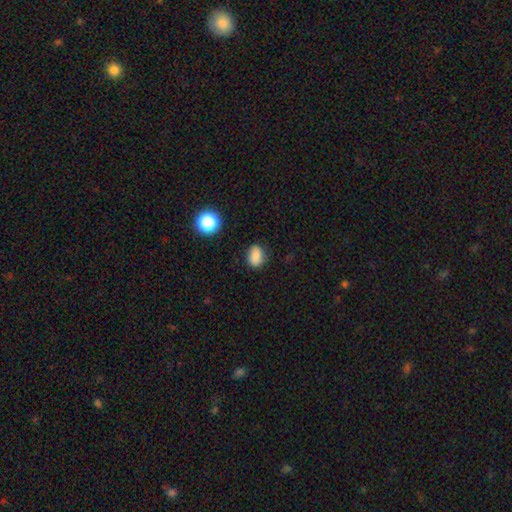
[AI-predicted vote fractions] Smooth or featured?
  - smooth: 84% *
  - star or artifact: 11%
  - featured or disk: 6%
How rounded?
  - in between: 63% *
  - round: 36%
  - cigar-shaped: 1%
Merging?
  - none: 77% *
  - minor disturbance: 17%
  - major disturbance: 4%
  - merger: 2%